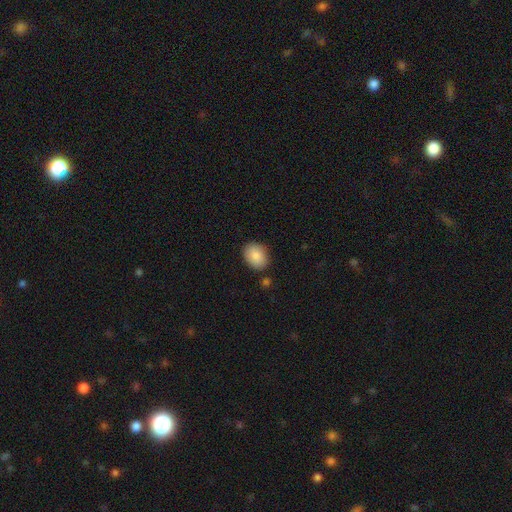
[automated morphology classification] This is clearly a smooth galaxy (87%). How rounded: likely in between (64%). Merging: clearly none (83%).